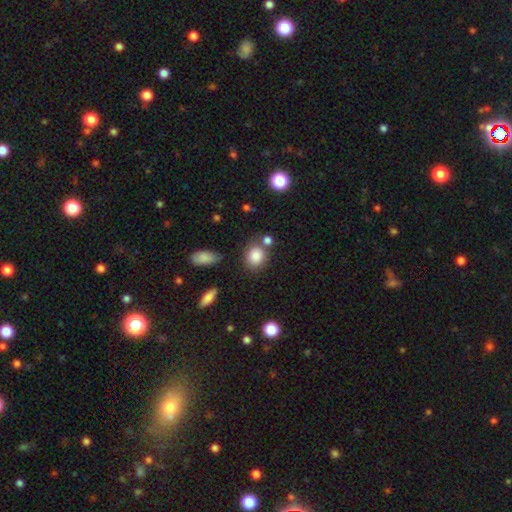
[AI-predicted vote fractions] A smooth galaxy with no disk features (84%) that is round (62%). Merging: none (68%).